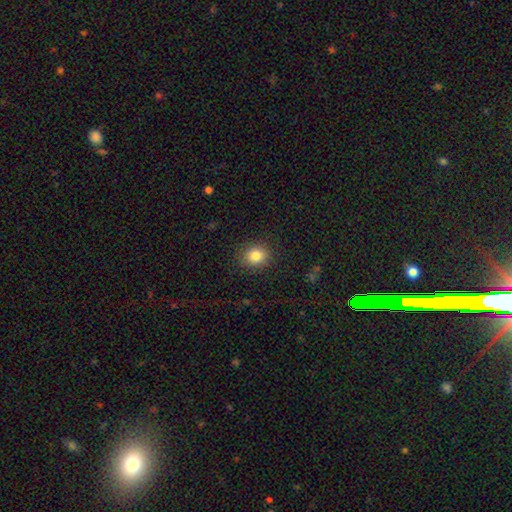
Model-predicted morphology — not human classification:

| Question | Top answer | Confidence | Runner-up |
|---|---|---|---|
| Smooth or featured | smooth | 84% | star or artifact (10%) |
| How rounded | round | 69% | in between (30%) |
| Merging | none | 88% | minor disturbance (8%) |